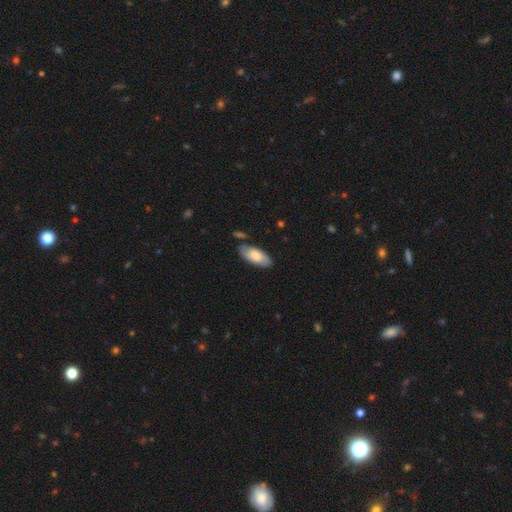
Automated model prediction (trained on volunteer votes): Overall: smooth (63%; featured or disk 31%). How rounded: in between (87%). Merging: none (74%).